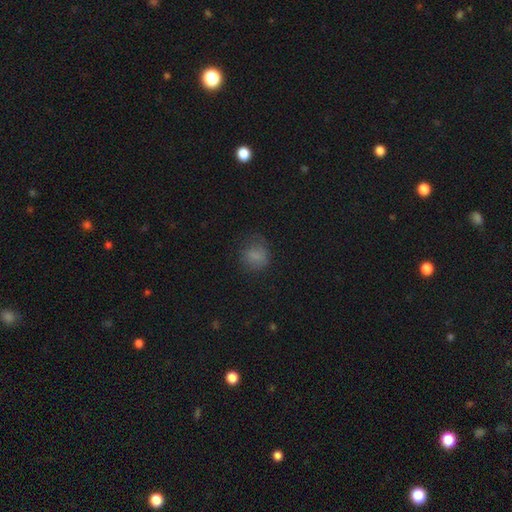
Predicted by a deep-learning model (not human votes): Smooth or featured: smooth — 77% (star or artifact — 14%)
How rounded: round — 68% (in between — 31%)
Merging: none — 65% (minor disturbance — 22%)